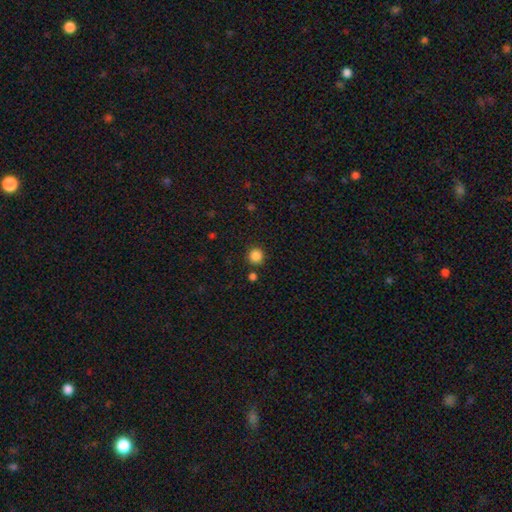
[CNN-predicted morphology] Overall: smooth (86%). How rounded: round (94%). Merging: none (86%).